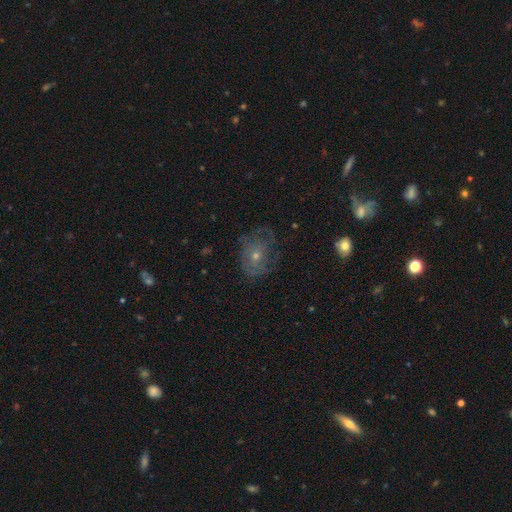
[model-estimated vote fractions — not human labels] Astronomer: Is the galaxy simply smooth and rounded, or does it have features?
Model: featured or disk — 56%.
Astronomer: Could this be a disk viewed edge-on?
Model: no — 95%.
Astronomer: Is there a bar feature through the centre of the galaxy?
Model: no — 82%.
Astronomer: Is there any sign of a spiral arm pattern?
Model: yes — 66%.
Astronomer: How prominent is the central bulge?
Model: small — 54% (runner-up: moderate, 41%).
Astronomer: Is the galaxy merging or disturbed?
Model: none — 64%.